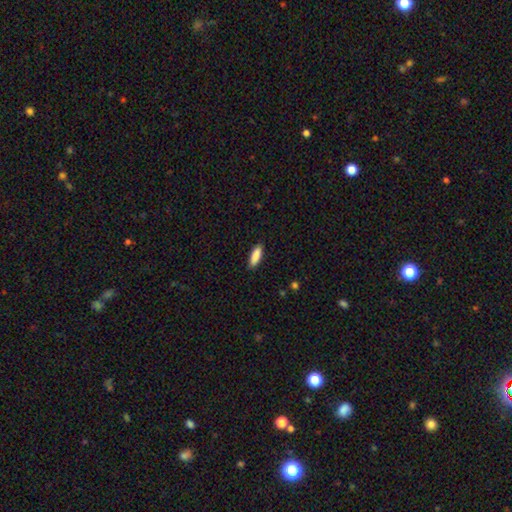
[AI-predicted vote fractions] Smooth or featured? smooth (89%)
How rounded? in between (55%)
Merging? none (89%)